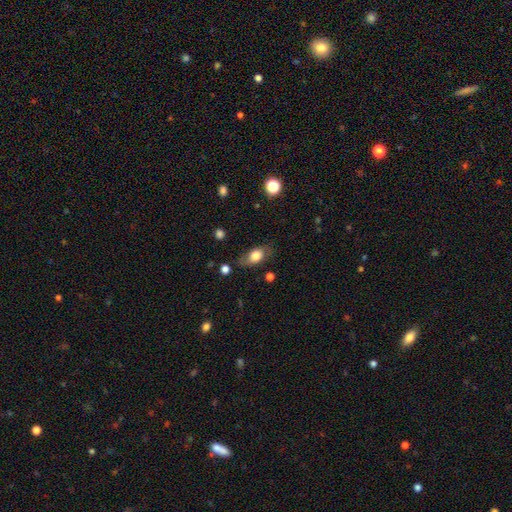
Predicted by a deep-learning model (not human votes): smooth 73%, featured or disk 19%, star or artifact 8%. Down the decision tree: how rounded — in between (82%); merging — none (69%).